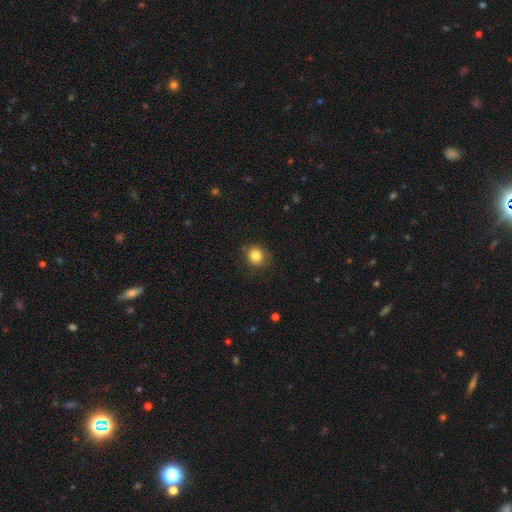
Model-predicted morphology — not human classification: Smooth or featured? smooth (84%)
How rounded? round (81%)
Merging? none (83%)